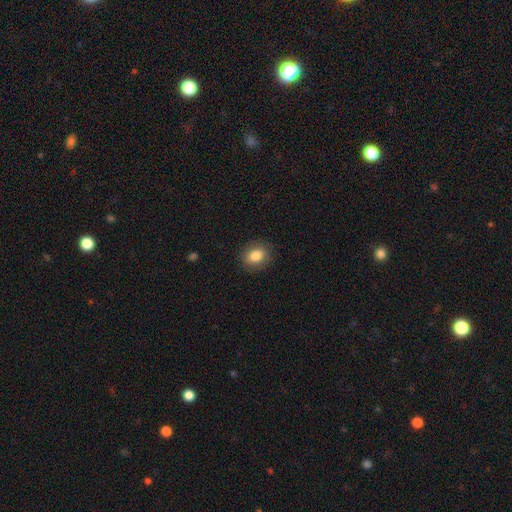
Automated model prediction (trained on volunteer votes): Smooth or featured? Predicted: smooth (p=0.83). How rounded? Predicted: round (p=0.53). Merging? Predicted: none (p=0.86).